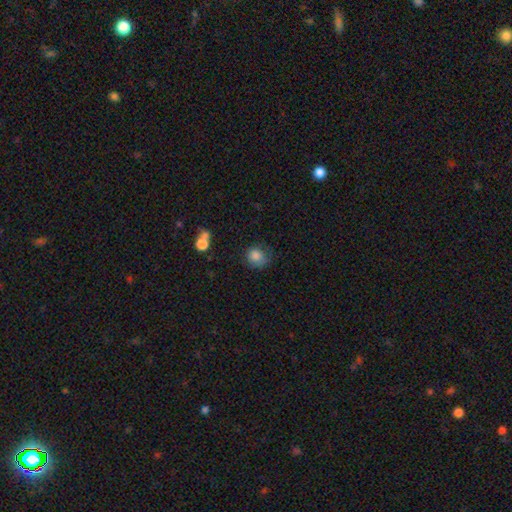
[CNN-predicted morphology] type=smooth (83%); roundness=round (82%); merging=none (60%).